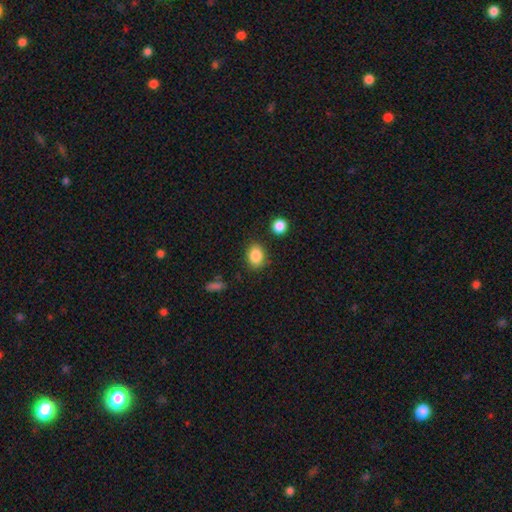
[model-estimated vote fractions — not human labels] smooth_or_featured: smooth (p=0.87) [alt: star or artifact p=0.09]
how_rounded: in between (p=0.69) [alt: round p=0.30]
merging: none (p=0.83) [alt: minor disturbance p=0.11]